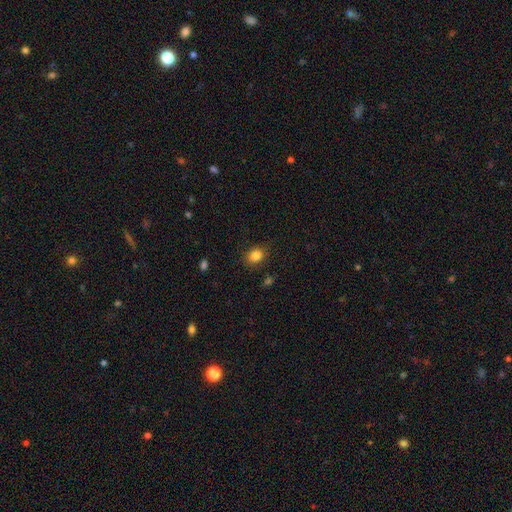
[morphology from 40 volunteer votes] This is clearly a smooth galaxy (88%). How rounded: possibly round (51%). Merging: likely none (74%).